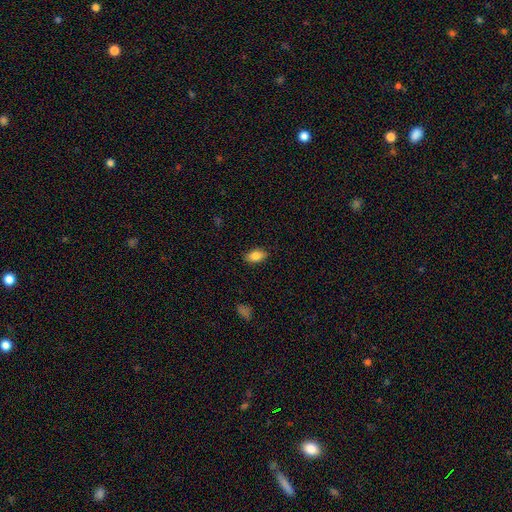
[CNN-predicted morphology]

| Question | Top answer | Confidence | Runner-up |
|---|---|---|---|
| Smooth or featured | smooth | 83% | featured or disk (9%) |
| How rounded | in between | 90% | round (6%) |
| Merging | none | 87% | minor disturbance (10%) |